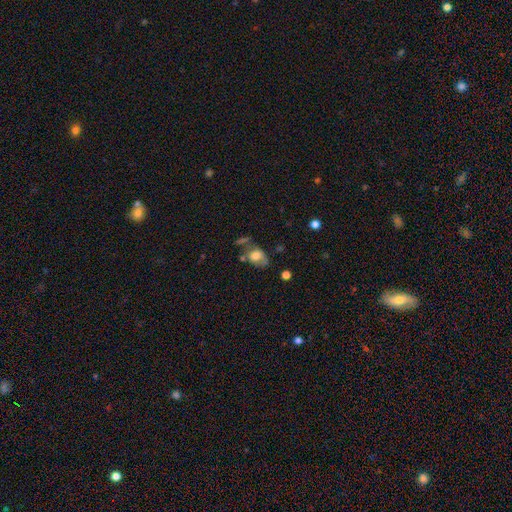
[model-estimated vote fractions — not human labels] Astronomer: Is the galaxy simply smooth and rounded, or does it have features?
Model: smooth — 61%.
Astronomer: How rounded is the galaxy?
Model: in between — 75%.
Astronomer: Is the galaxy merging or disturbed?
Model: none — 39% (runner-up: minor disturbance, 27%).